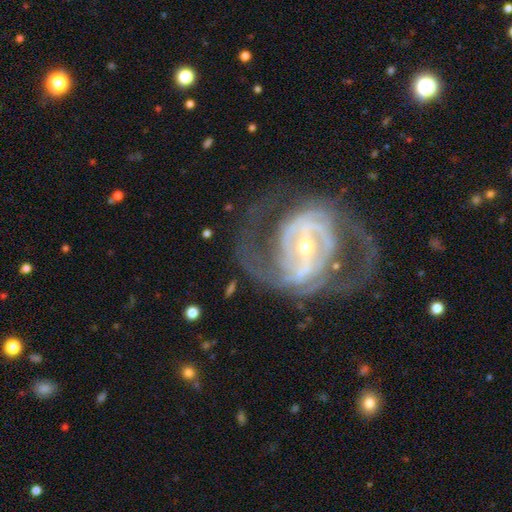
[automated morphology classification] This appears to be a featured or disk galaxy (88%) with a strong bar (47%), 2 (80%) medium (48%) spiral arms (92%) and a small central bulge (56%). Merging: none (67%).